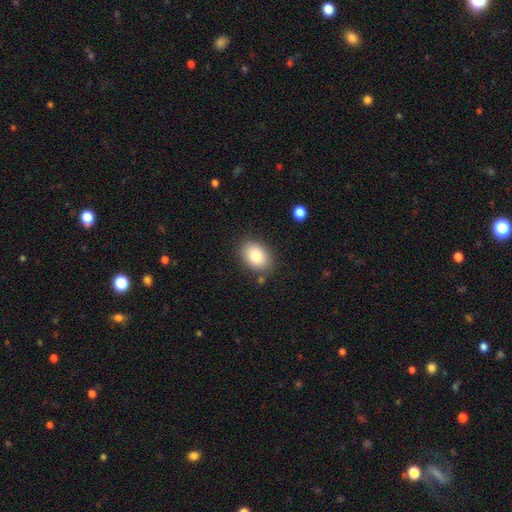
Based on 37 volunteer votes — Volunteers were most divided on "smooth or featured": smooth: 78%, featured or disk: 14%, star or artifact: 8%. More confident: how rounded — in between (83%); merging — none (79%).